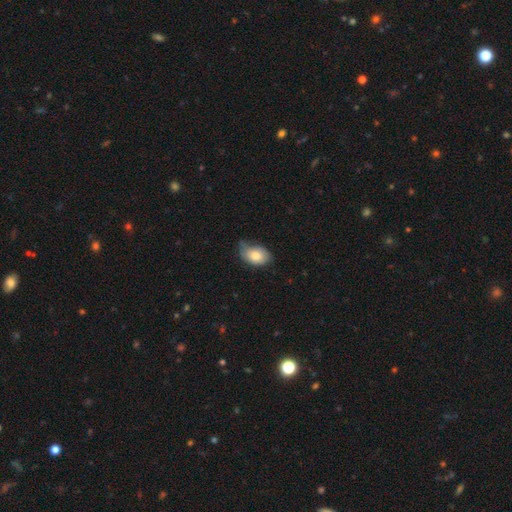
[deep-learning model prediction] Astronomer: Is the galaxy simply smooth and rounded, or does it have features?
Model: smooth — 78%.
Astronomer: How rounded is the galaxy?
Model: in between — 86%.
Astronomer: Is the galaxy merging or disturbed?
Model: none — 45% (runner-up: minor disturbance, 42%).